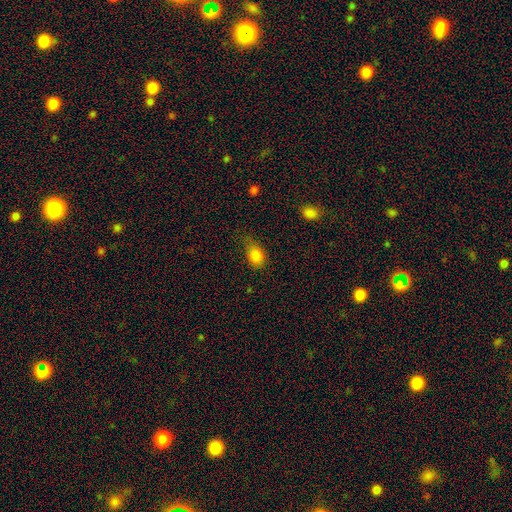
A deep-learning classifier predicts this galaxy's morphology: This appears to be a smooth galaxy with no disk features (84%) that is in between round and cigar-shaped (61%). Merging: none (48%).